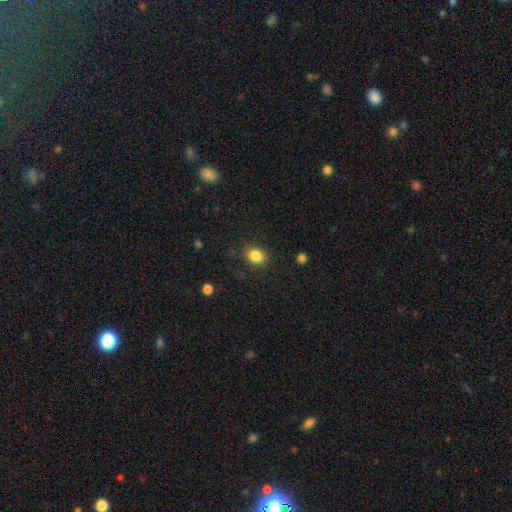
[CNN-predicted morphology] Overall: smooth (85%). How rounded: in between (65%; round 34%). Merging: none (83%).